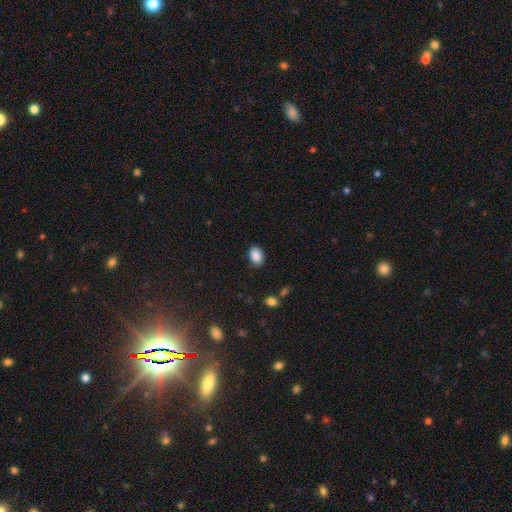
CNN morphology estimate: The model was most divided on "how rounded": in between: 79%, round: 20%, cigar-shaped: 1%. More confident: smooth or featured — smooth (89%); merging — none (84%).